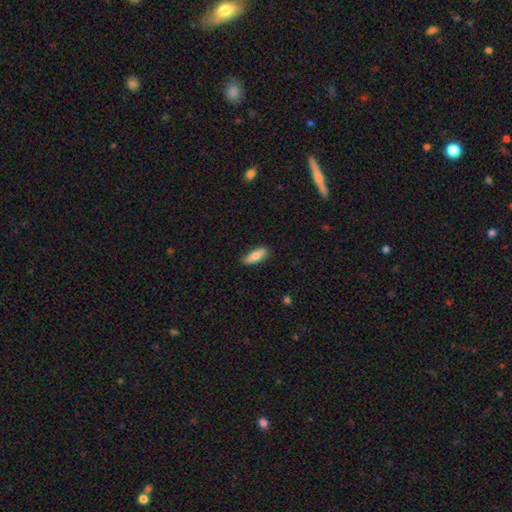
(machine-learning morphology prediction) smooth_or_featured: smooth (p=0.79) [alt: featured or disk p=0.15]
how_rounded: in between (p=0.56) [alt: cigar-shaped p=0.42]
merging: none (p=0.84) [alt: minor disturbance p=0.13]